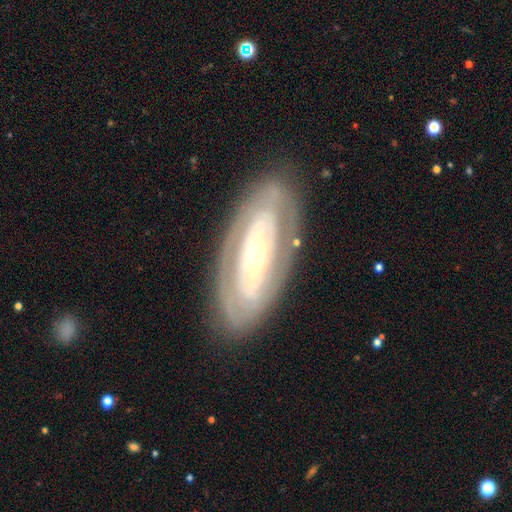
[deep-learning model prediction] A featured or disk galaxy (77%) with no bar (65%), spiral arms (52%) and a small central bulge (60%). Merging: none (80%).